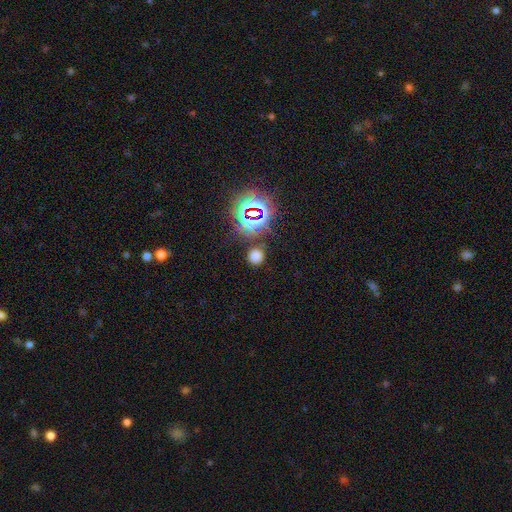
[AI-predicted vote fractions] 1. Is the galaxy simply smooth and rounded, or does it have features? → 65% smooth, 30% star or artifact, 6% featured or disk.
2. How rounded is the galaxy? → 88% round, 11% in between, 1% cigar-shaped.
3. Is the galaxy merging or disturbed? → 83% none, 9% minor disturbance, 4% merger, 4% major disturbance.